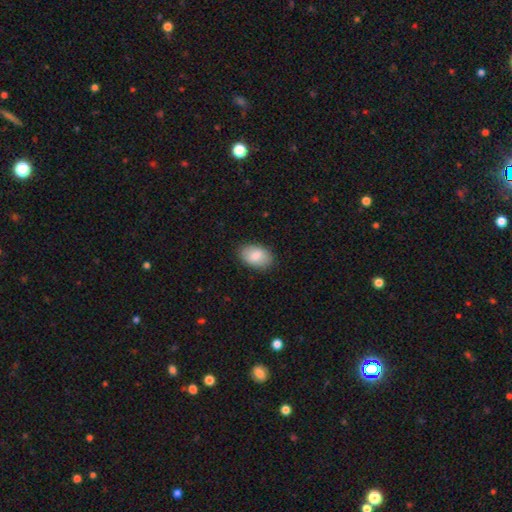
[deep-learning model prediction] smooth-or-featured: smooth: 86% | featured or disk: 8% | star or artifact: 6%
  how-rounded: in between: 90% | round: 9% | cigar-shaped: 1%
  merging: none: 86% | minor disturbance: 11% | major disturbance: 2% | merger: 1%